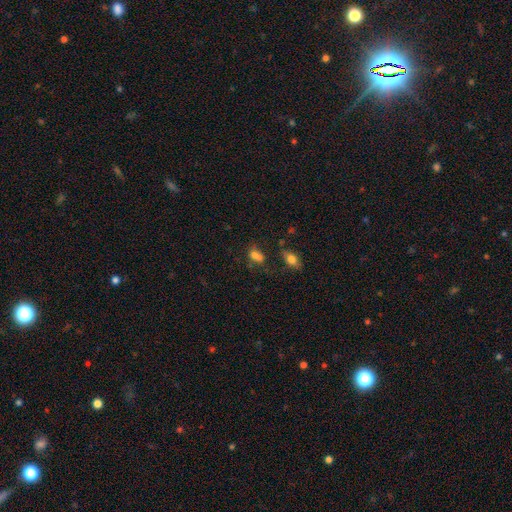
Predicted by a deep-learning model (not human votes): smooth_or_featured: smooth (p=0.72) [alt: star or artifact p=0.16]
how_rounded: in between (p=0.65) [alt: round p=0.32]
merging: none (p=0.40) [alt: merger p=0.34]